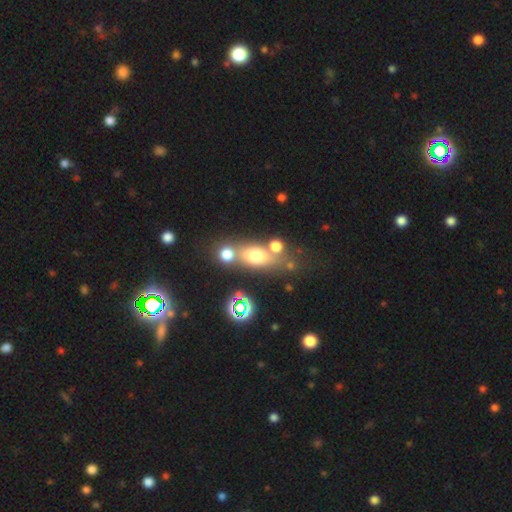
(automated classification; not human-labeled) Morphology: type=smooth (61%); roundness=in between (62%); merging=none (53%).